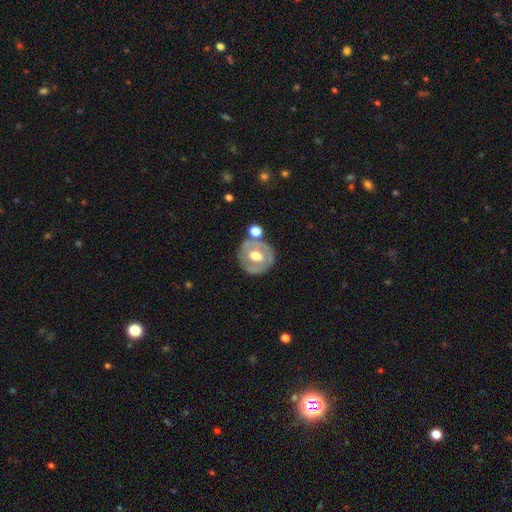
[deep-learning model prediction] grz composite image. It shows a featured or disk galaxy (59%) with no bar (45%), no spiral arms (69%) and a moderate central bulge (69%). Merging: none (67%).